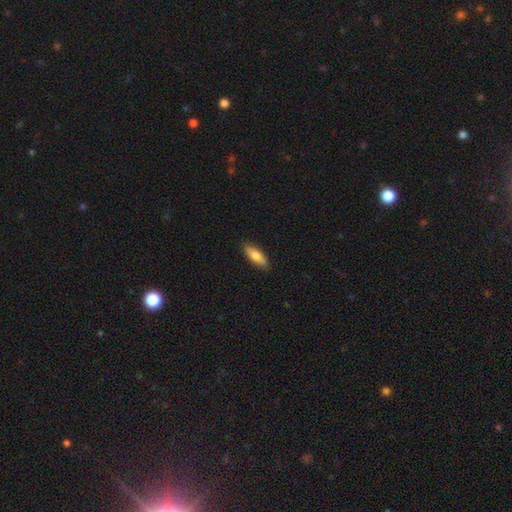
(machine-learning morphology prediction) A smooth galaxy with no disk features (76%) that is in between round and cigar-shaped (62%).

Vote fractions:
- Smooth or featured? smooth: 76% / featured or disk: 18% / star or artifact: 6%
- How rounded? in between: 62% / cigar-shaped: 36% / round: 2%
- Merging? none: 87% / minor disturbance: 11% / major disturbance: 2% / merger: 1%